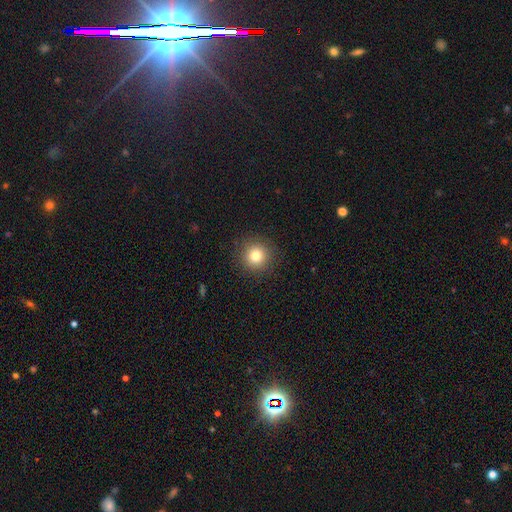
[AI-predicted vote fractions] Overall: smooth (81%). How rounded: round (94%). Merging: none (91%).